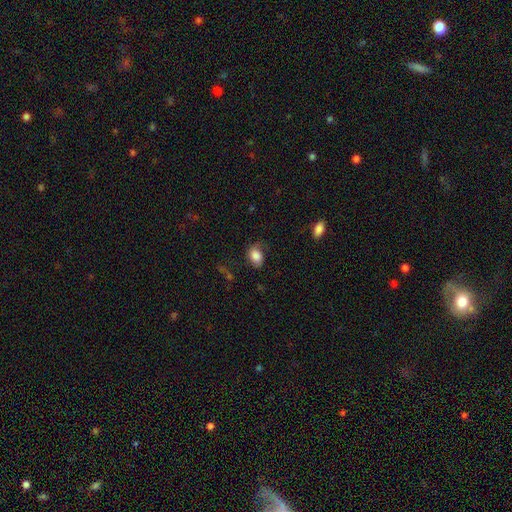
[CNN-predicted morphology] type=smooth (76%); roundness=in between (73%); merging=none (59%).